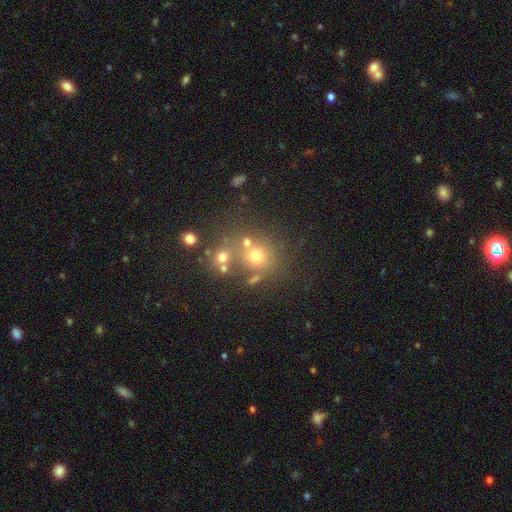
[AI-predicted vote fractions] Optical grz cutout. It shows a smooth galaxy with no disk features (59%) that is round (80%). Merging: none (56%).